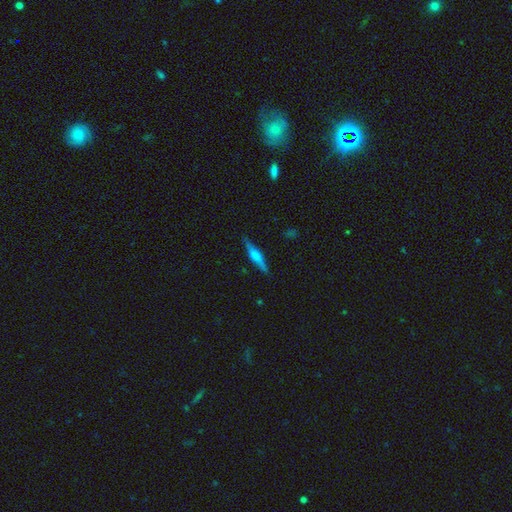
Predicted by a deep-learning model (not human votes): Smooth or featured? featured or disk (61%)
Edge-on disk? yes (97%)
Edge-on bulge? rounded (64%)
Merging? none (88%)